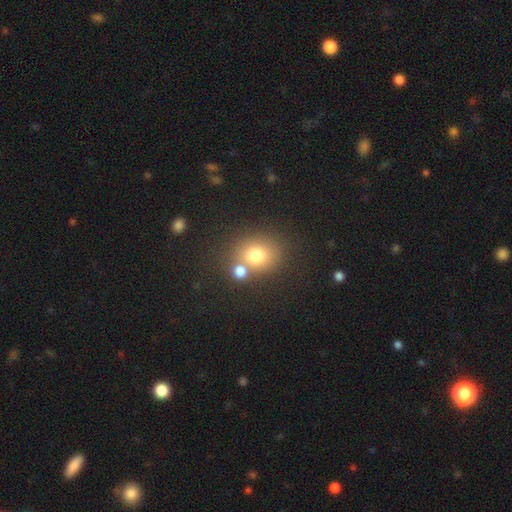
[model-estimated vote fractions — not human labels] The model was most divided on "merging": none: 59%, merger: 27%, minor disturbance: 10%, major disturbance: 4%. More confident: smooth or featured — smooth (75%); how rounded — round (72%).